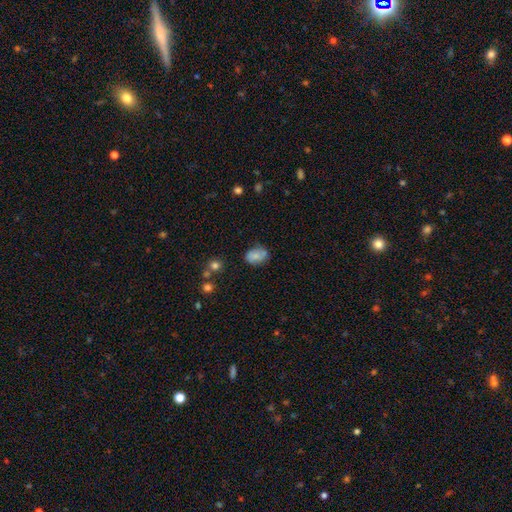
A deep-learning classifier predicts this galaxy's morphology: Smooth or featured? smooth (67%)
How rounded? in between (70%)
Merging? none (64%)